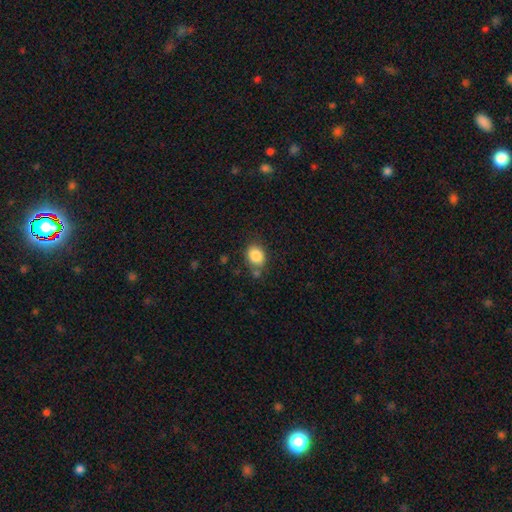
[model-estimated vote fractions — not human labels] Smooth or featured? Predicted: smooth (p=0.86). How rounded? Predicted: in between (p=0.51). Merging? Predicted: none (p=0.72).